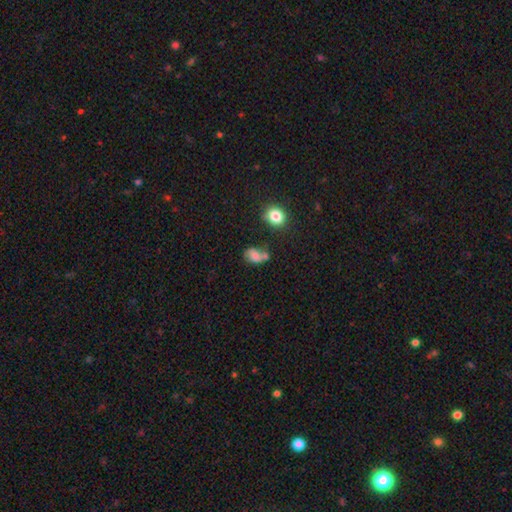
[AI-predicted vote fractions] Smooth or featured? Predicted: smooth (p=0.59). How rounded? Predicted: in between (p=0.66). Merging? Predicted: none (p=0.43).